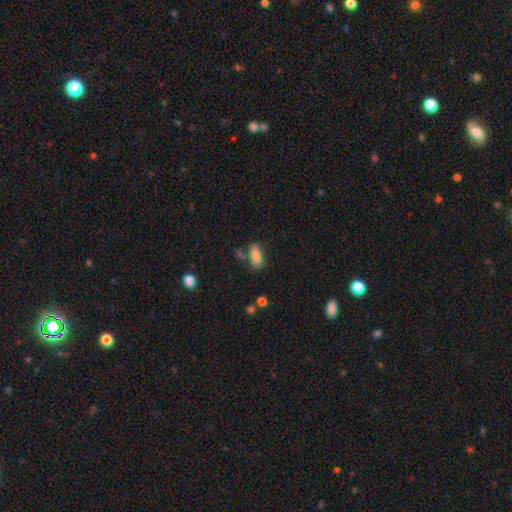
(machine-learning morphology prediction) smooth_or_featured: smooth (p=0.80) [alt: featured or disk p=0.12]
how_rounded: in between (p=0.86) [alt: cigar-shaped p=0.10]
merging: none (p=0.68) [alt: minor disturbance p=0.17]